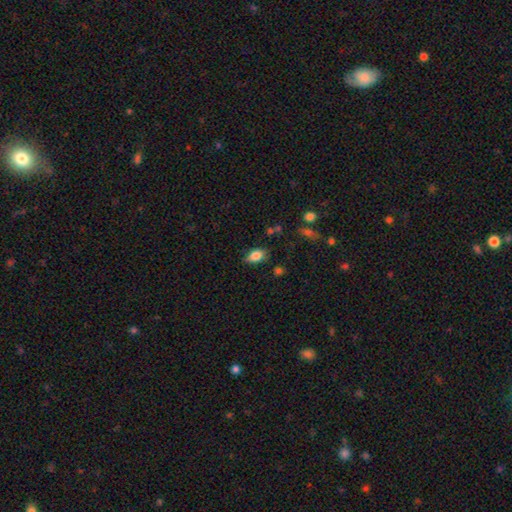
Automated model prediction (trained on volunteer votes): Q: Smooth or featured?
A: smooth (83%); runner-up: featured or disk (8%)
Q: How rounded?
A: in between (88%); runner-up: round (9%)
Q: Merging?
A: none (76%); runner-up: minor disturbance (18%)